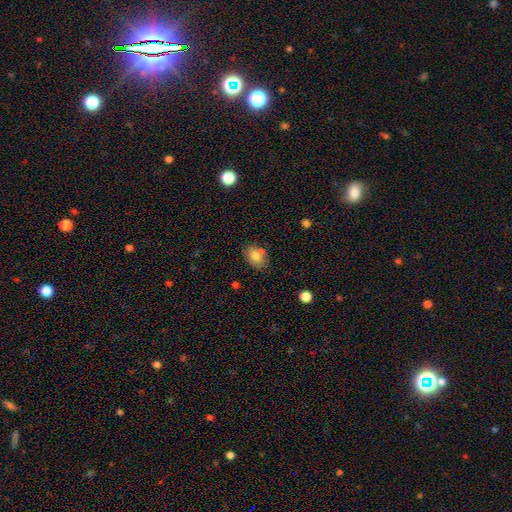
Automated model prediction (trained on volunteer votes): smooth_or_featured: smooth (p=0.79) [alt: featured or disk p=0.11]
how_rounded: in between (p=0.74) [alt: round p=0.25]
merging: none (p=0.69) [alt: minor disturbance p=0.18]